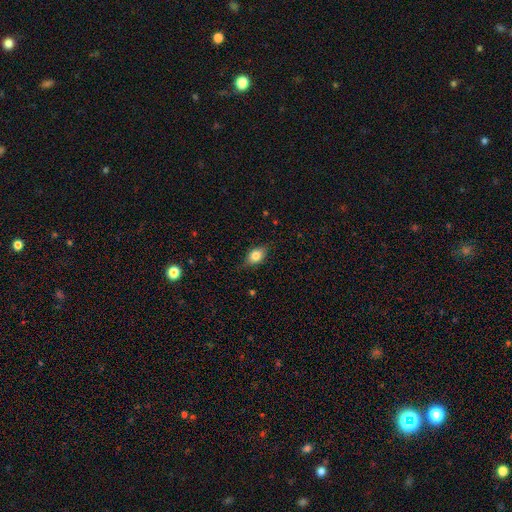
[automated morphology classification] Q: Smooth or featured?
A: smooth (78%); runner-up: featured or disk (13%)
Q: How rounded?
A: in between (81%); runner-up: round (16%)
Q: Merging?
A: none (79%); runner-up: minor disturbance (17%)